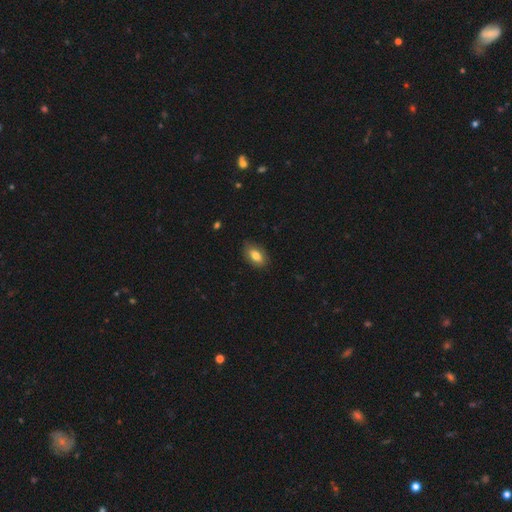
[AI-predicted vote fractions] smooth 79%, featured or disk 14%, star or artifact 8%. Down the decision tree: how rounded — in between (90%); merging — none (83%).